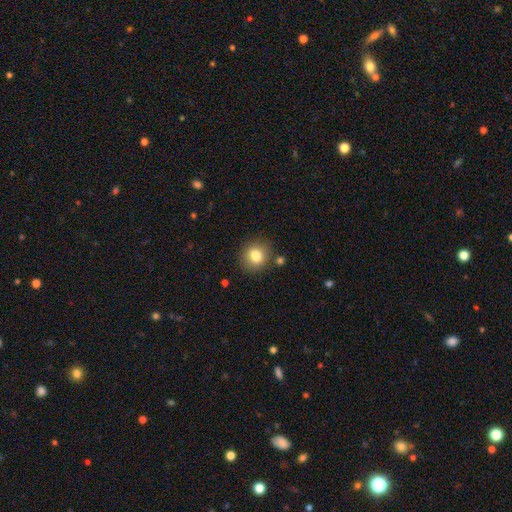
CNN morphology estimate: A smooth galaxy with no disk features (81%) that is round (83%). Merging: none (85%).